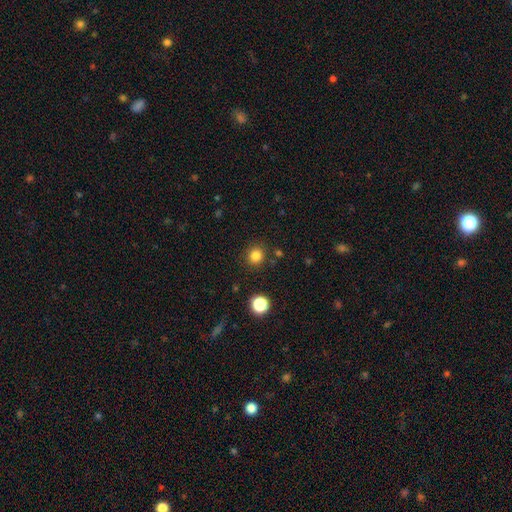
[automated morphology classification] Smooth or featured? smooth (82%)
How rounded? round (90%)
Merging? none (88%)